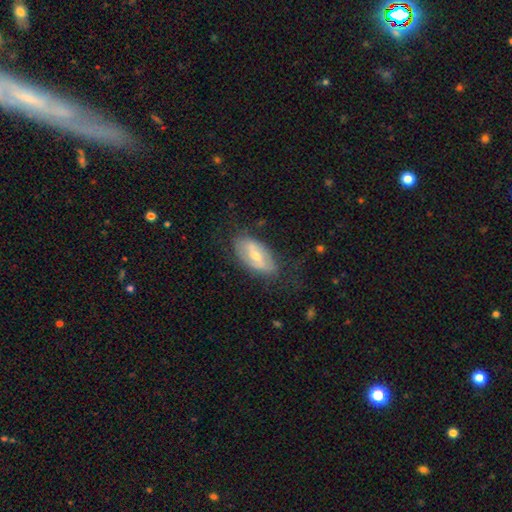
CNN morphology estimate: Q: Smooth or featured?
A: featured or disk (58%); runner-up: smooth (36%)
Q: Edge-on disk?
A: no (88%); runner-up: yes (12%)
Q: Bar?
A: weak (38%); runner-up: strong (35%)
Q: Spiral arms?
A: no (51%); runner-up: yes (49%)
Q: Bulge size?
A: moderate (52%); runner-up: small (43%)
Q: Merging?
A: none (70%); runner-up: minor disturbance (20%)